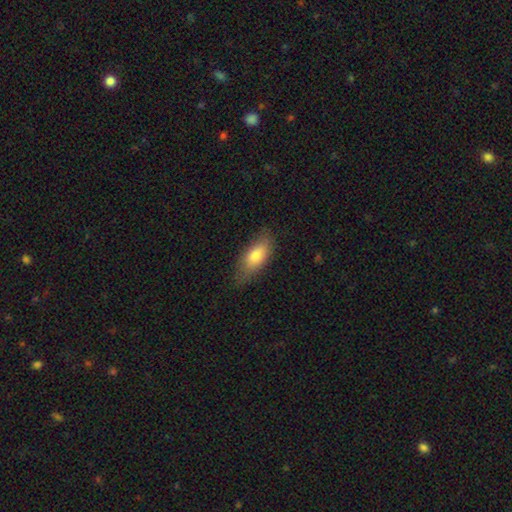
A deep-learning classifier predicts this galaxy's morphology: Smooth or featured?
  - smooth: 78% *
  - featured or disk: 15%
  - star or artifact: 6%
How rounded?
  - in between: 81% *
  - cigar-shaped: 16%
  - round: 3%
Merging?
  - none: 73% *
  - minor disturbance: 21%
  - major disturbance: 5%
  - merger: 1%